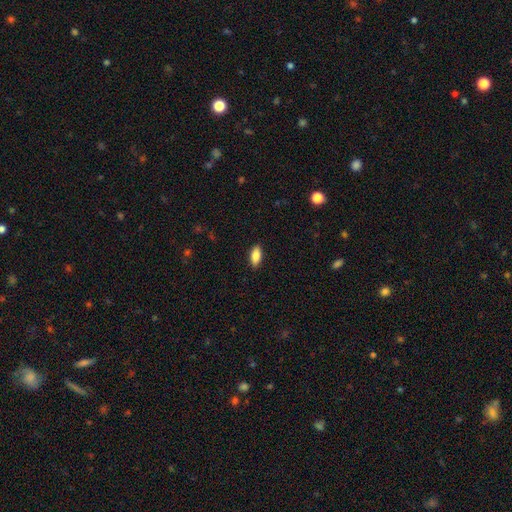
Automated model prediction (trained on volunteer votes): A smooth galaxy with no disk features (84%) that is in between round and cigar-shaped (84%). Merging: none (89%).